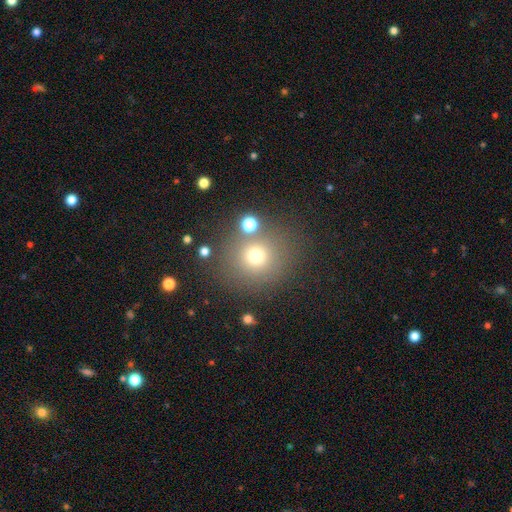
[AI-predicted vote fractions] A smooth galaxy with no disk features (70%) that is round (87%). Merging: none (78%).